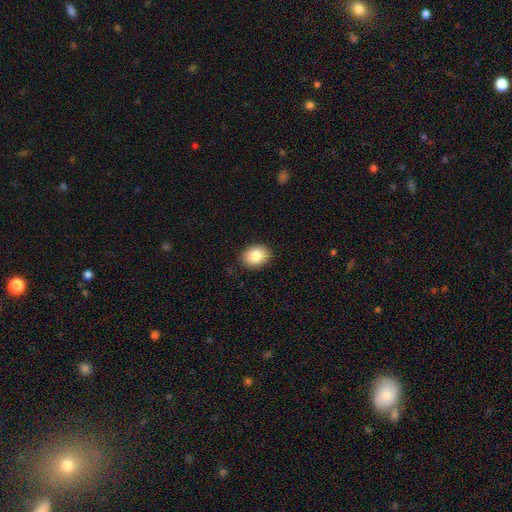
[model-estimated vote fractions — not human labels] Overall: smooth (84%). How rounded: in between (65%; round 34%). Merging: none (88%).